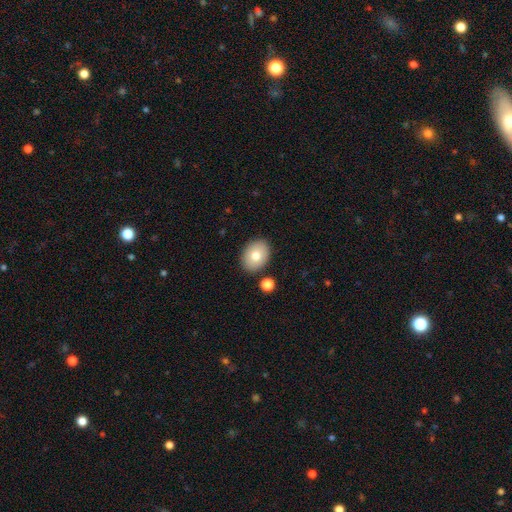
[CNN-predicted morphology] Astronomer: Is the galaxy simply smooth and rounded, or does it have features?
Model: smooth — 76%.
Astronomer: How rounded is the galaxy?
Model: in between — 69%.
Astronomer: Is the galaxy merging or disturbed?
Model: none — 86%.